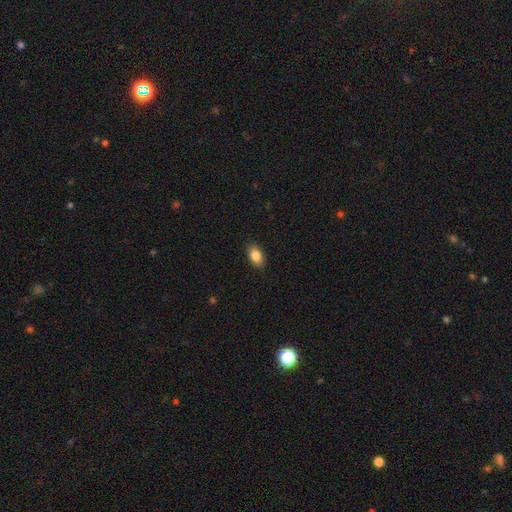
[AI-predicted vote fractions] Q: Smooth or featured?
A: smooth (86%); runner-up: star or artifact (8%)
Q: How rounded?
A: in between (90%); runner-up: round (7%)
Q: Merging?
A: none (89%); runner-up: minor disturbance (8%)